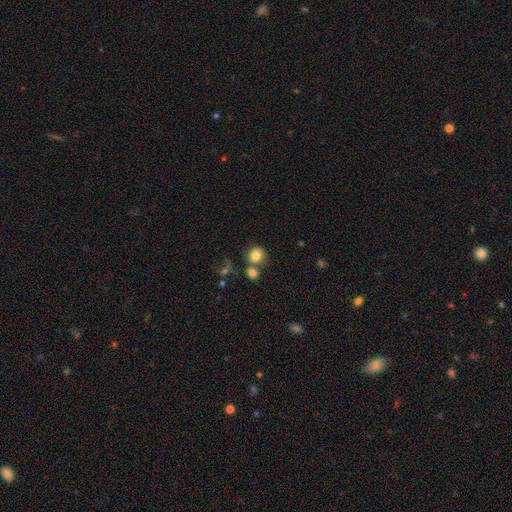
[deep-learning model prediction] A smooth galaxy with no disk features (81%) that is round (83%).

Vote fractions:
- Smooth or featured? smooth: 81% / star or artifact: 10% / featured or disk: 8%
- How rounded? round: 83% / in between: 16% / cigar-shaped: 1%
- Merging? none: 59% / merger: 24% / minor disturbance: 12% / major disturbance: 5%